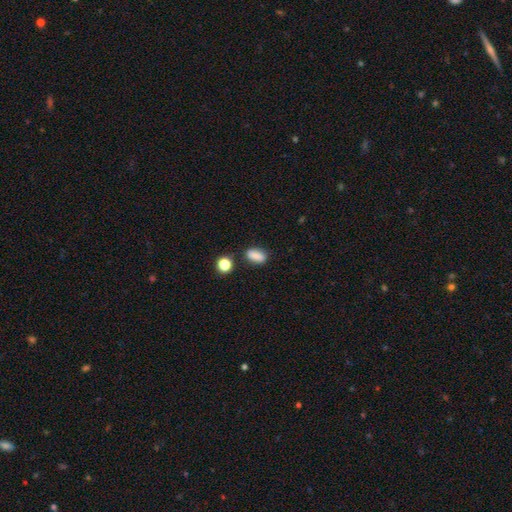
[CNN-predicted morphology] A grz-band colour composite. It shows a smooth galaxy with no disk features (85%) that is in between round and cigar-shaped (79%). Merging: none (77%).